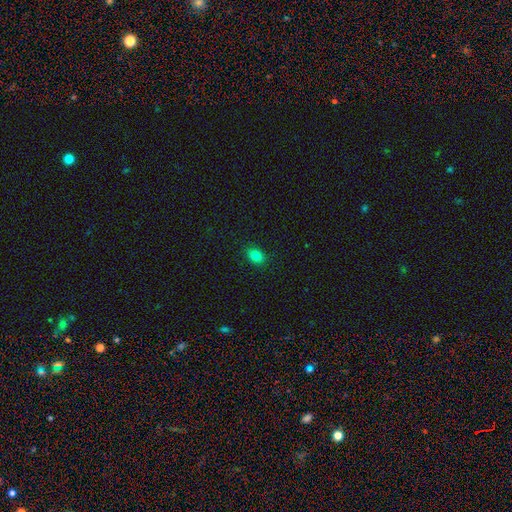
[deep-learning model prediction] This appears to be a smooth galaxy with no disk features (82%) that is in between round and cigar-shaped (65%). Merging: none (89%).